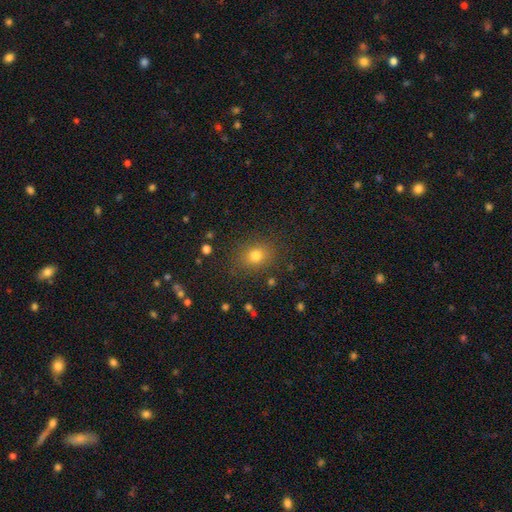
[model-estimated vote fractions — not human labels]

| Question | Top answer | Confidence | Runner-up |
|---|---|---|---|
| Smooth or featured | smooth | 77% | star or artifact (15%) |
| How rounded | round | 57% | in between (42%) |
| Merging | none | 84% | minor disturbance (10%) |